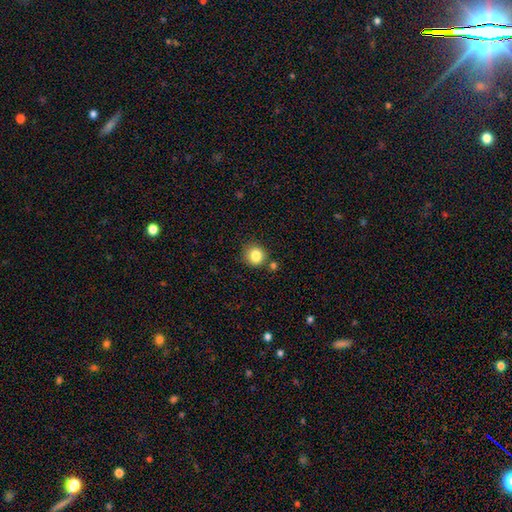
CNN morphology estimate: Q: Smooth or featured?
A: smooth (84%); runner-up: star or artifact (10%)
Q: How rounded?
A: round (90%); runner-up: in between (9%)
Q: Merging?
A: none (80%); runner-up: minor disturbance (10%)